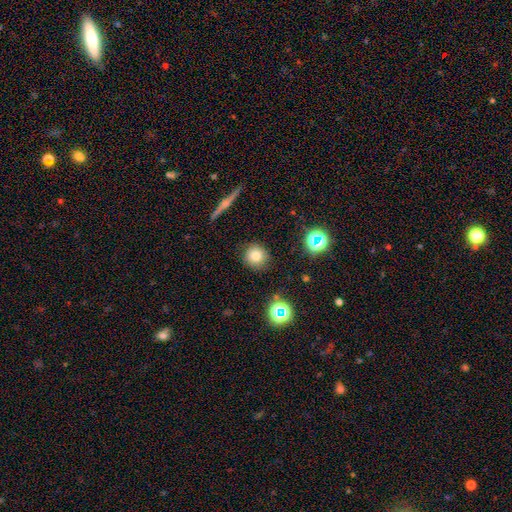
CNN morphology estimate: Q: Smooth or featured?
A: smooth (77%); runner-up: star or artifact (14%)
Q: How rounded?
A: round (91%); runner-up: in between (7%)
Q: Merging?
A: none (88%); runner-up: minor disturbance (8%)